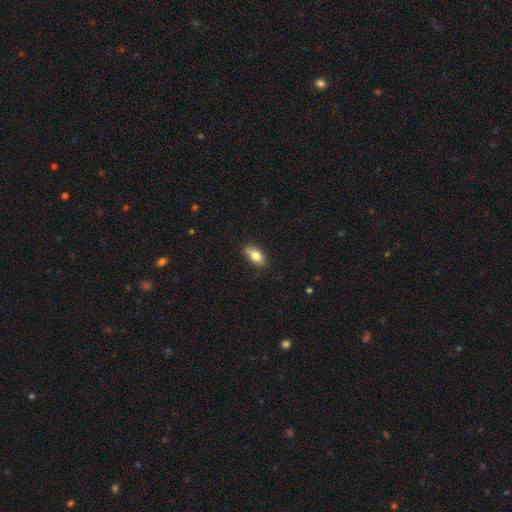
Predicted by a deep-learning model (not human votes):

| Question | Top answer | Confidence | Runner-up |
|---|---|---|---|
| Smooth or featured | smooth | 78% | featured or disk (15%) |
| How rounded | in between | 87% | cigar-shaped (7%) |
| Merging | none | 78% | minor disturbance (17%) |